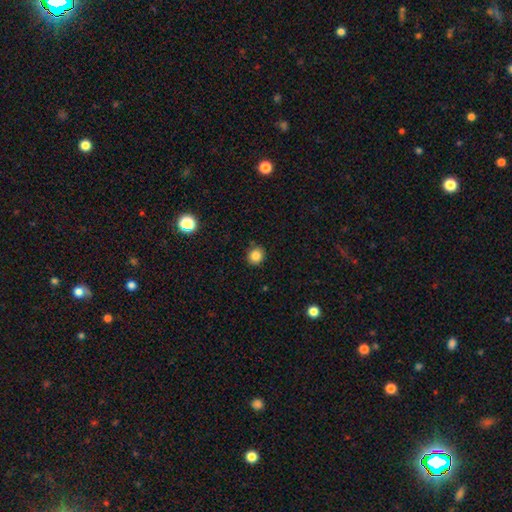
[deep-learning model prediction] Smooth or featured? Predicted: smooth (p=0.84). How rounded? Predicted: round (p=0.91). Merging? Predicted: none (p=0.88).